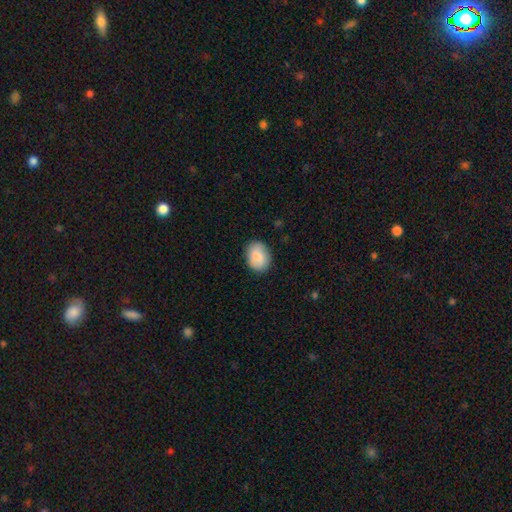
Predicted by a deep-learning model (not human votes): smooth_or_featured: smooth (p=0.79) [alt: featured or disk p=0.14]
how_rounded: in between (p=0.65) [alt: round p=0.34]
merging: none (p=0.86) [alt: minor disturbance p=0.11]